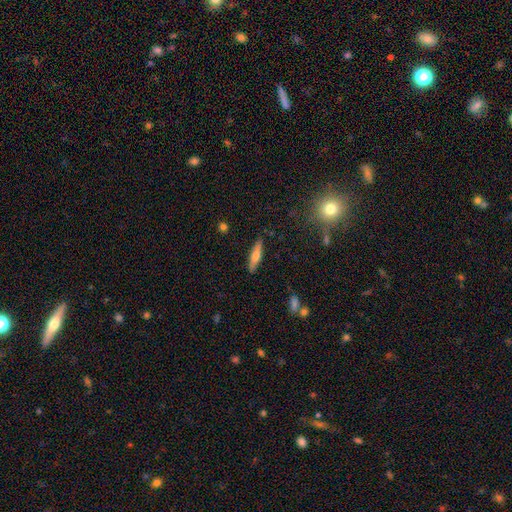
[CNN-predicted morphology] Smooth or featured? smooth (58%)
How rounded? cigar-shaped (79%)
Merging? none (89%)